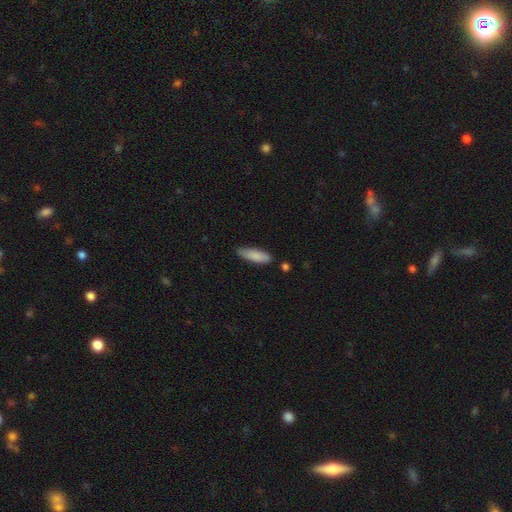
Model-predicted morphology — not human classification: smooth_or_featured: smooth (p=0.86) [alt: featured or disk p=0.08]
how_rounded: in between (p=0.50) [alt: cigar-shaped p=0.48]
merging: none (p=0.79) [alt: minor disturbance p=0.16]